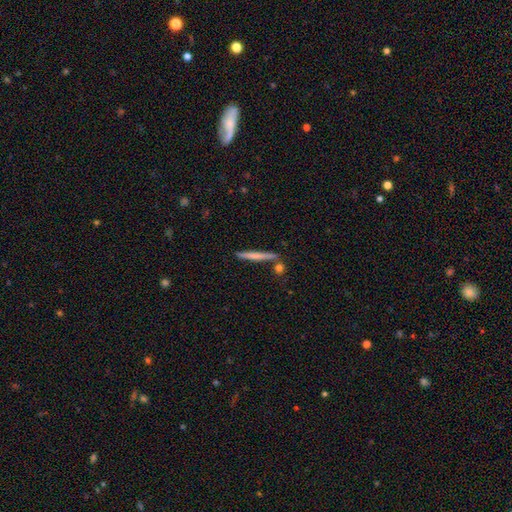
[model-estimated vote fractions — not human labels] Smooth or featured?
  - smooth: 57% *
  - featured or disk: 37%
  - star or artifact: 6%
How rounded?
  - cigar-shaped: 95% *
  - in between: 3%
  - round: 2%
Merging?
  - none: 84% *
  - minor disturbance: 8%
  - merger: 6%
  - major disturbance: 2%